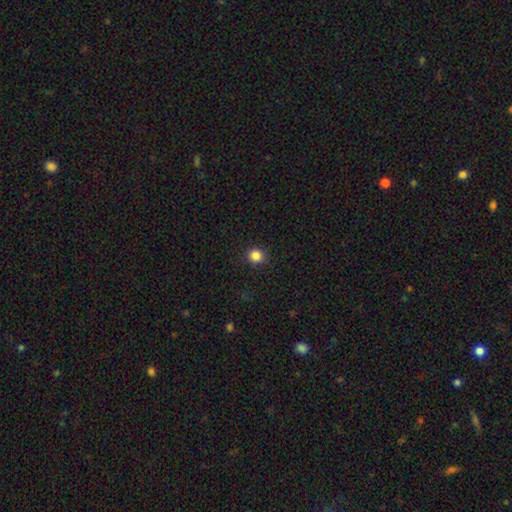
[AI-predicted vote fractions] Morphology: type=smooth (85%); roundness=round (91%); merging=none (92%).